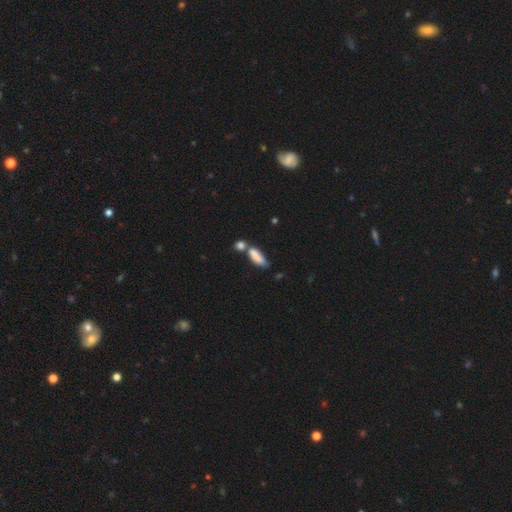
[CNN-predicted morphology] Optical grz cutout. It shows a smooth galaxy with no disk features (80%) that is in between round and cigar-shaped (63%). Merging: merger (42%).